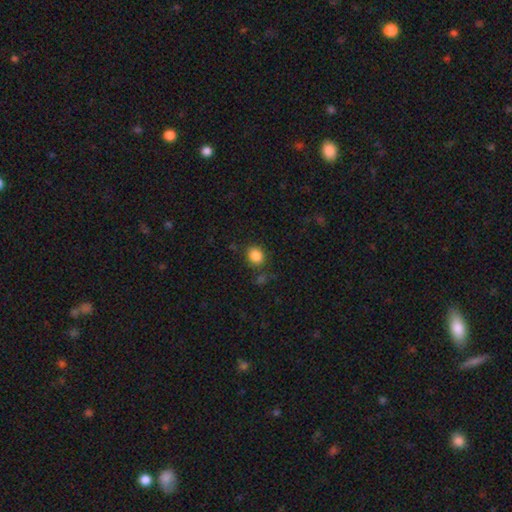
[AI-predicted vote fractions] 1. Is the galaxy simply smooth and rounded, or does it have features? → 86% smooth, 10% star or artifact, 4% featured or disk.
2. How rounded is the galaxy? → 71% round, 28% in between, 1% cigar-shaped.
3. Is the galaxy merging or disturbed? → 80% none, 11% minor disturbance, 5% merger, 4% major disturbance.